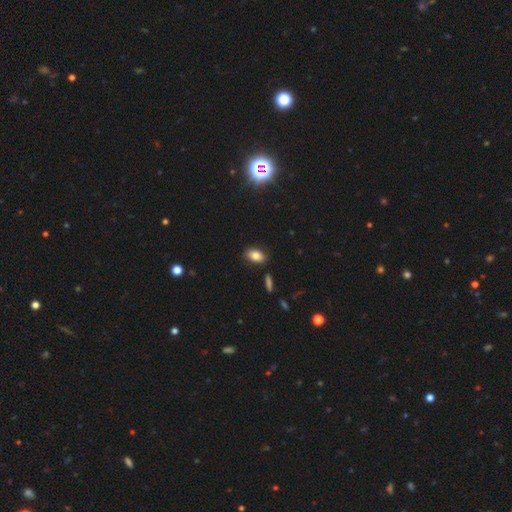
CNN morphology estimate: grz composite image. It shows a smooth galaxy with no disk features (81%) that is in between round and cigar-shaped (87%). Merging: none (84%).